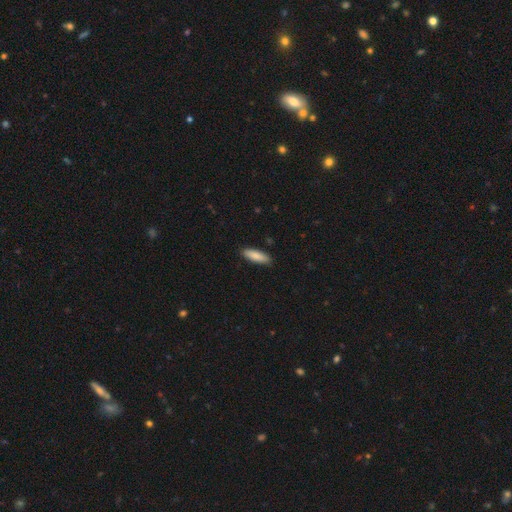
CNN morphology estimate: smooth 86%, featured or disk 9%, star or artifact 6%. Down the decision tree: how rounded — in between (54%); merging — none (88%).